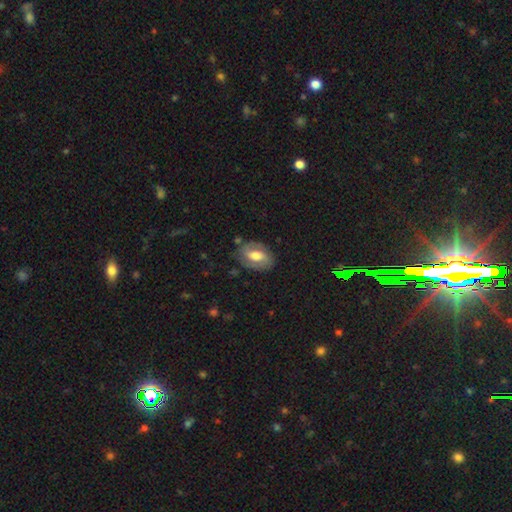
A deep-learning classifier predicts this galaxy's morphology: Smooth or featured?
  - featured or disk: 60% *
  - smooth: 34%
  - star or artifact: 6%
Edge-on disk?
  - no: 95% *
  - yes: 5%
Bar?
  - weak: 45% *
  - no: 31%
  - strong: 24%
Spiral arms?
  - yes: 77% *
  - no: 23%
Bulge size?
  - moderate: 57% *
  - large: 29%
  - small: 11%
  - none: 2%
  - dominant: 2%
Merging?
  - none: 74% *
  - minor disturbance: 18%
  - major disturbance: 6%
  - merger: 2%